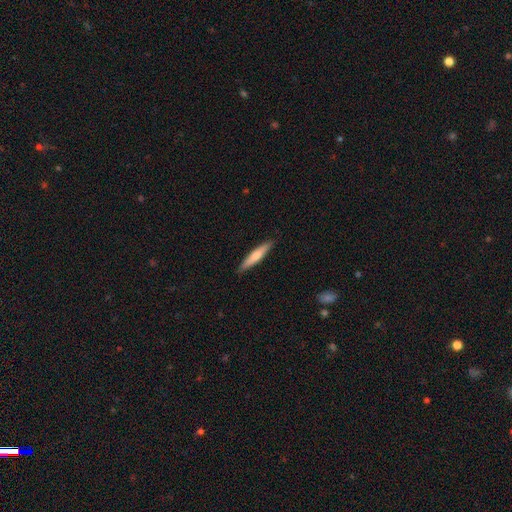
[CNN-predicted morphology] A smooth galaxy with no disk features (65%) that is cigar-shaped (90%).

Vote fractions:
- Smooth or featured? smooth: 65% / featured or disk: 30% / star or artifact: 5%
- How rounded? cigar-shaped: 90% / in between: 9% / round: 1%
- Merging? none: 90% / minor disturbance: 8% / major disturbance: 1% / merger: 1%